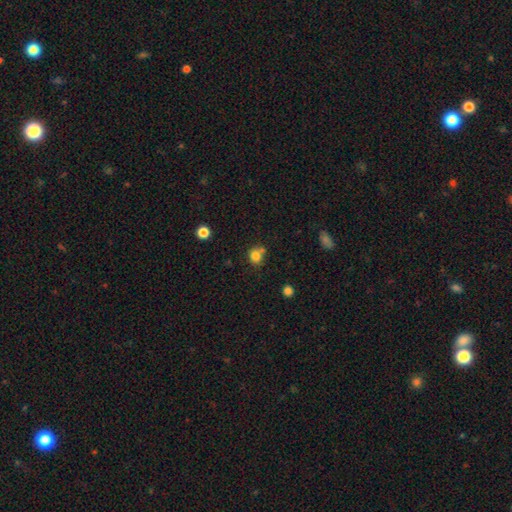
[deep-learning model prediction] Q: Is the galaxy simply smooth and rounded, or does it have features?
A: smooth — 81%.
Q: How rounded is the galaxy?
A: round — 78%.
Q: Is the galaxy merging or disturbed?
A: none — 58%.